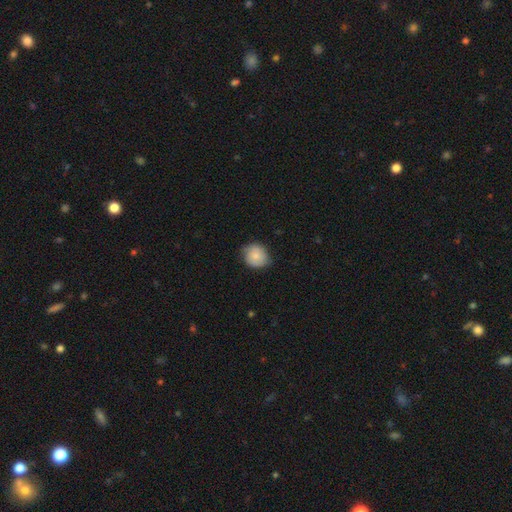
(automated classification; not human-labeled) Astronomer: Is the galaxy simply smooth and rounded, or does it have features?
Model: smooth — 77%.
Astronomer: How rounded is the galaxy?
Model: round — 80%.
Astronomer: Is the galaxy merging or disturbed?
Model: none — 70%.